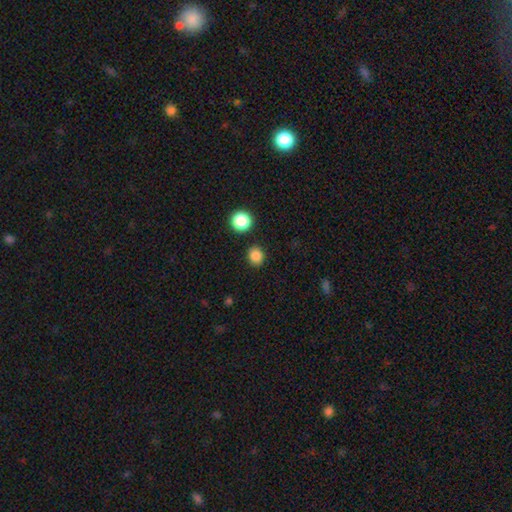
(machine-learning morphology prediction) A smooth galaxy with no disk features (84%) that is round (82%).

Vote fractions:
- Smooth or featured? smooth: 84% / star or artifact: 12% / featured or disk: 3%
- How rounded? round: 82% / in between: 17% / cigar-shaped: 1%
- Merging? none: 88% / minor disturbance: 7% / merger: 3% / major disturbance: 2%